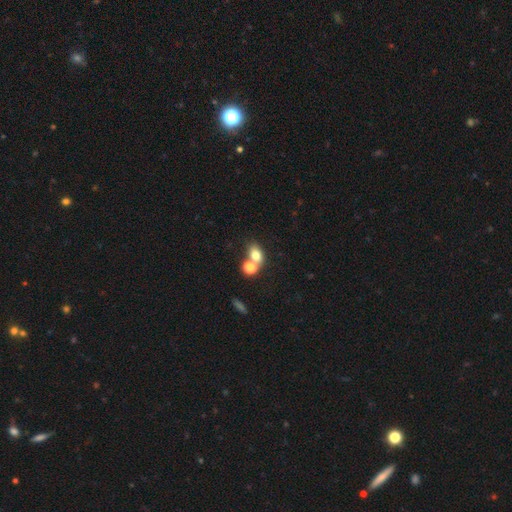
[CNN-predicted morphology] This is likely a smooth galaxy (74%). How rounded: likely in between (65%). Merging: marginally merger (44%).